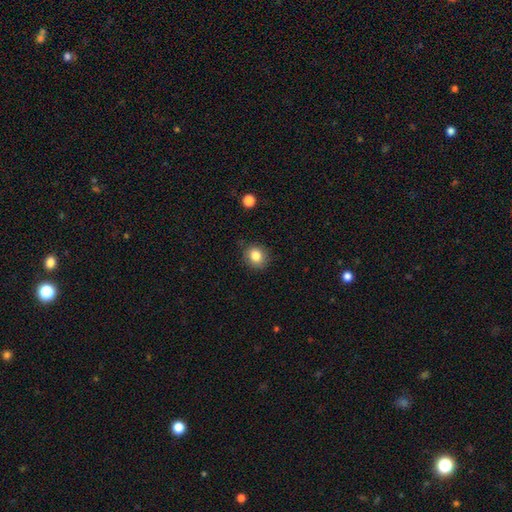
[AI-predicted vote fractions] Q: Smooth or featured?
A: smooth (84%); runner-up: star or artifact (10%)
Q: How rounded?
A: round (77%); runner-up: in between (22%)
Q: Merging?
A: none (85%); runner-up: minor disturbance (11%)